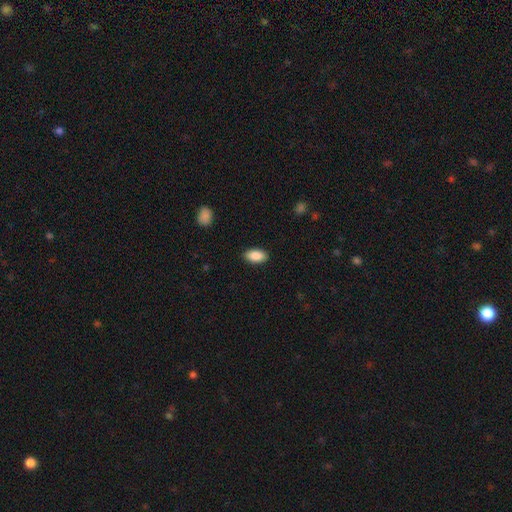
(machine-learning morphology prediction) smooth_or_featured: smooth (p=0.89) [alt: star or artifact p=0.07]
how_rounded: in between (p=0.93) [alt: cigar-shaped p=0.04]
merging: none (p=0.88) [alt: minor disturbance p=0.09]